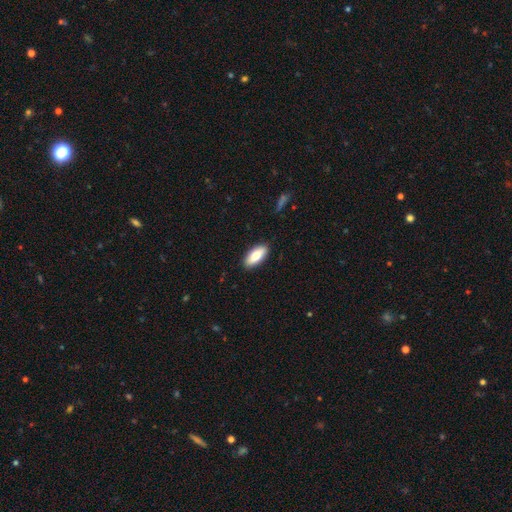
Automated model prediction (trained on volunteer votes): smooth_or_featured: smooth (p=0.76) [alt: featured or disk p=0.18]
how_rounded: in between (p=0.84) [alt: cigar-shaped p=0.13]
merging: none (p=0.89) [alt: minor disturbance p=0.08]